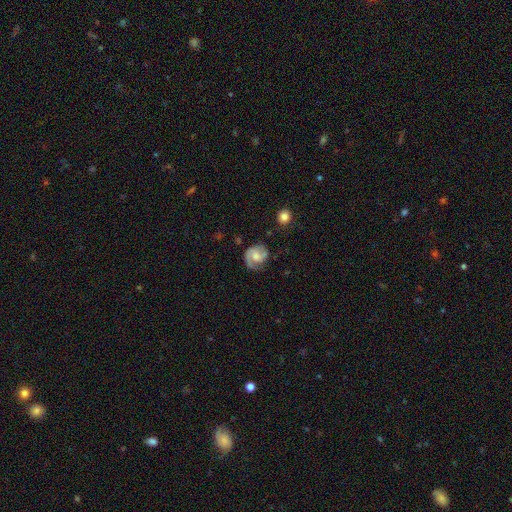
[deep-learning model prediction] featured or disk 74%, smooth 20%, star or artifact 6%. Down the decision tree: edge-on disk — no (98%); bar — no (55%); spiral arms — yes (94%); spiral arm count — 2 (71%); spiral winding — medium (45%); bulge size — moderate (45%); merging — none (66%).